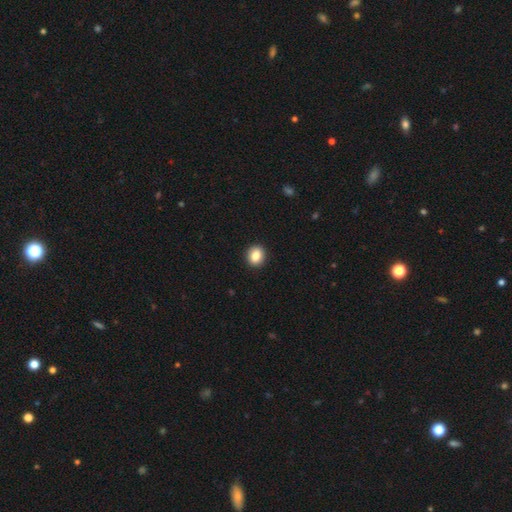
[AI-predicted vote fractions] Smooth or featured?
  - smooth: 85% *
  - star or artifact: 9%
  - featured or disk: 6%
How rounded?
  - round: 71% *
  - in between: 28%
  - cigar-shaped: 1%
Merging?
  - none: 92% *
  - minor disturbance: 5%
  - major disturbance: 2%
  - merger: 1%